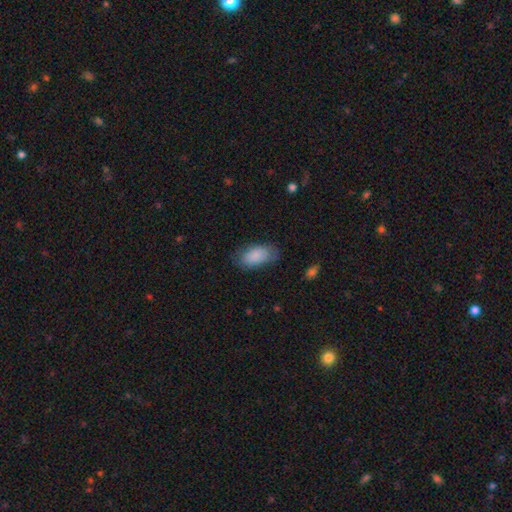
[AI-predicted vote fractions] Smooth or featured?
  - smooth: 86% *
  - featured or disk: 8%
  - star or artifact: 7%
How rounded?
  - in between: 93% *
  - round: 4%
  - cigar-shaped: 3%
Merging?
  - none: 68% *
  - minor disturbance: 23%
  - major disturbance: 7%
  - merger: 1%